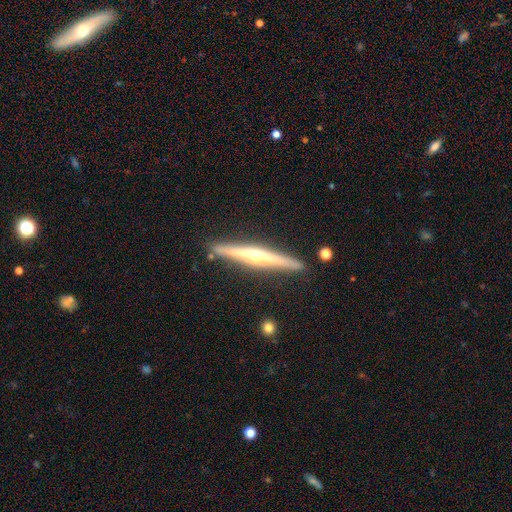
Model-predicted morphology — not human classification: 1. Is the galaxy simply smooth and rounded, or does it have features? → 78% featured or disk, 17% smooth, 5% star or artifact.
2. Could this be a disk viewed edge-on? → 98% yes, 2% no.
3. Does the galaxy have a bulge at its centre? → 86% rounded, 10% none, 4% boxy.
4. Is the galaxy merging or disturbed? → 89% none, 8% minor disturbance, 2% merger, 1% major disturbance.